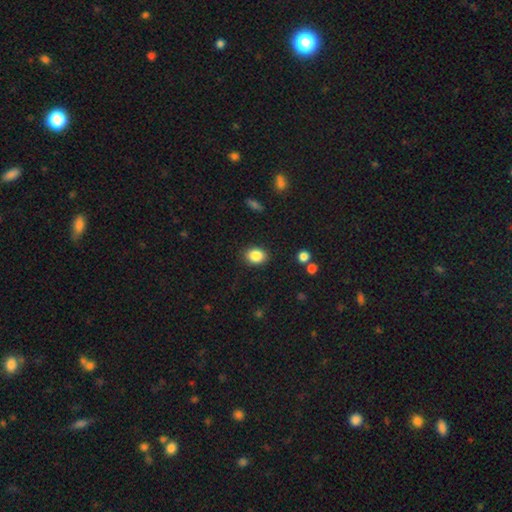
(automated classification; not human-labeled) Overall: smooth (86%). How rounded: in between (50%; round 49%). Merging: none (88%).